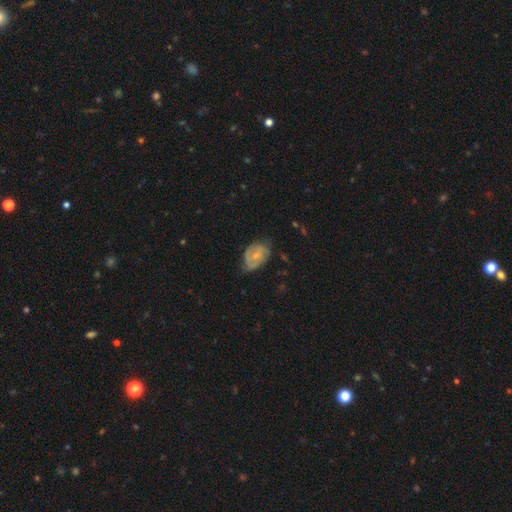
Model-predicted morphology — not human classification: featured or disk 63%, smooth 31%, star or artifact 7%. Down the decision tree: edge-on disk — no (97%); bar — no (56%); spiral arms — yes (82%); bulge size — small (58%); merging — none (53%).